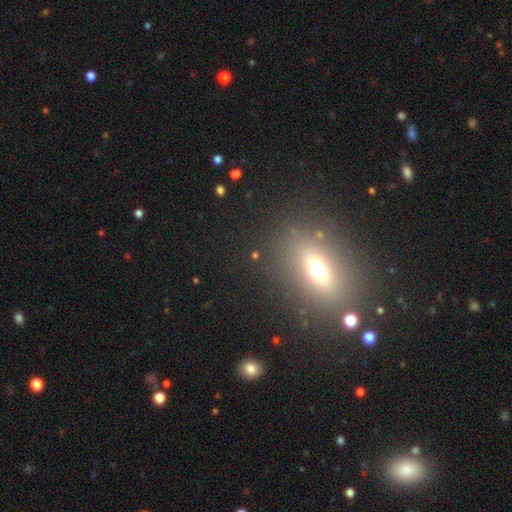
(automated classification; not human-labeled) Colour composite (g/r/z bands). It shows a smooth galaxy with no disk features (55%) that is in between round and cigar-shaped (55%). Merging: none (81%).